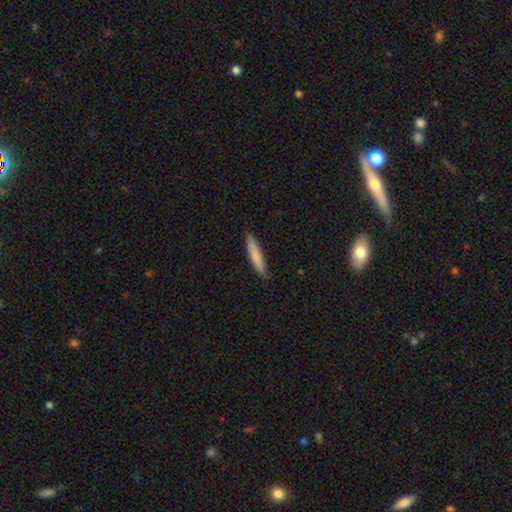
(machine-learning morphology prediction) Overall: smooth (78%). How rounded: cigar-shaped (91%). Merging: none (89%).